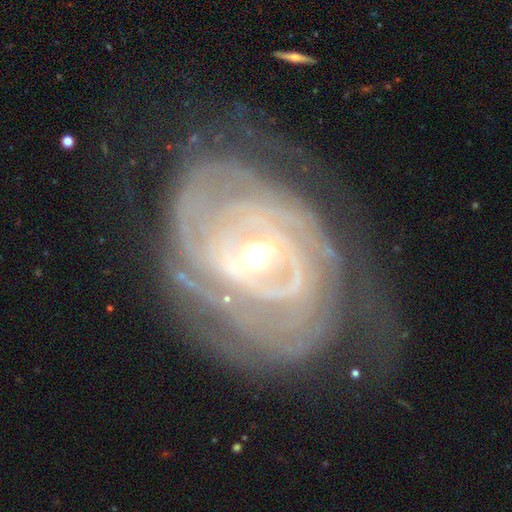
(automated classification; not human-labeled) Overall: featured or disk (89%). Edge-on disk: no (96%). Bar: weak (43%; no 32%). Spiral arms: yes (95%). Spiral arm count: can't tell (38%; 2 20%). Spiral winding: tight (80%). Bulge size: moderate (51%; small 45%). Merging: none (64%).